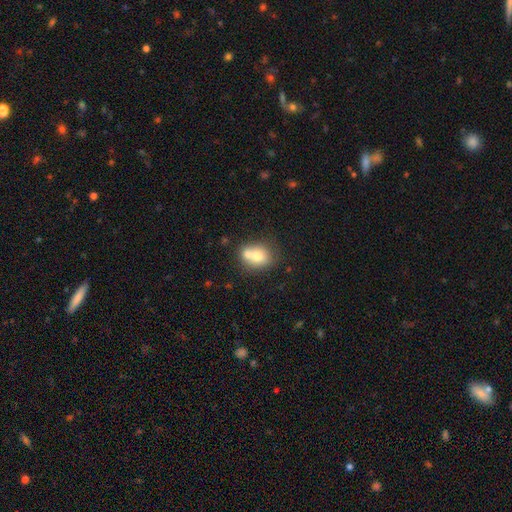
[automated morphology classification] A smooth galaxy with no disk features (70%) that is round (61%). Merging: merger (52%).